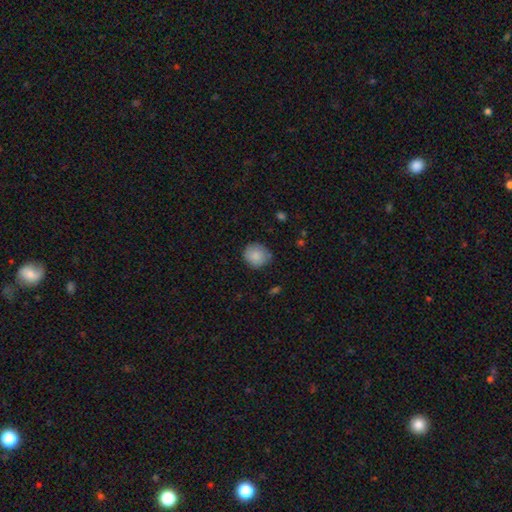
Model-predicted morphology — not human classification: Smooth or featured?
  - smooth: 84% *
  - featured or disk: 9%
  - star or artifact: 7%
How rounded?
  - round: 86% *
  - in between: 13%
  - cigar-shaped: 1%
Merging?
  - none: 78% *
  - minor disturbance: 17%
  - major disturbance: 3%
  - merger: 1%